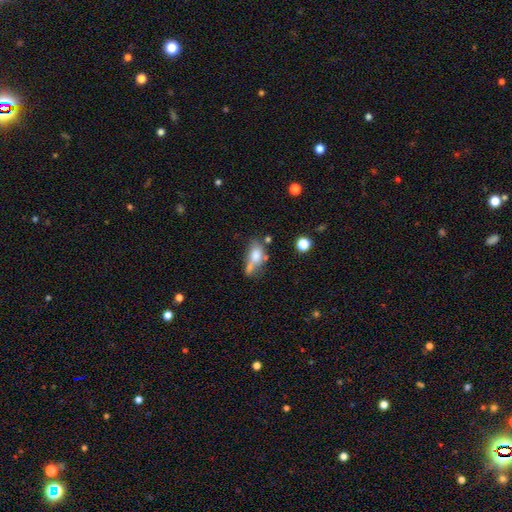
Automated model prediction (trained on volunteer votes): Smooth or featured? smooth (63%)
How rounded? in between (78%)
Merging? merger (34%)